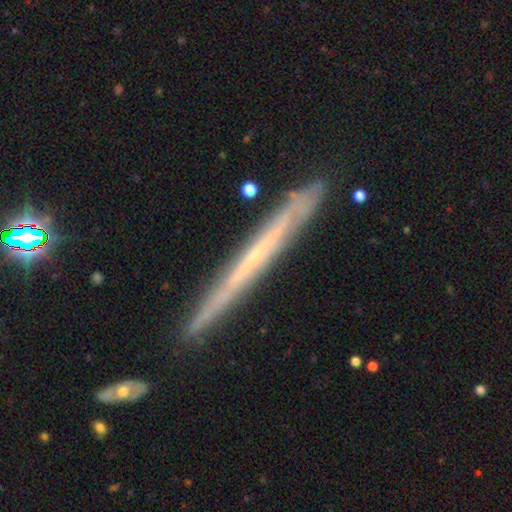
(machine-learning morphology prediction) This is likely a featured or disk galaxy (69%). It is clearly viewed edge-on (94%). Edge-on bulge: clearly none (81%). Merging: clearly none (85%).